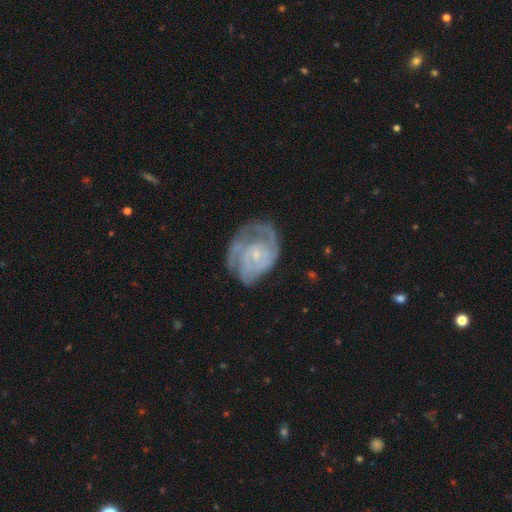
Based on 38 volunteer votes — Overall: featured or disk (87%). Edge-on disk: no (100%). Bar: no (97%). Spiral arms: yes (91%). Spiral arm count: 1 (33%; 2 30%). Spiral winding: tight (53%; medium 43%). Bulge size: small (76%). Merging: none (43%; major disturbance 30%).